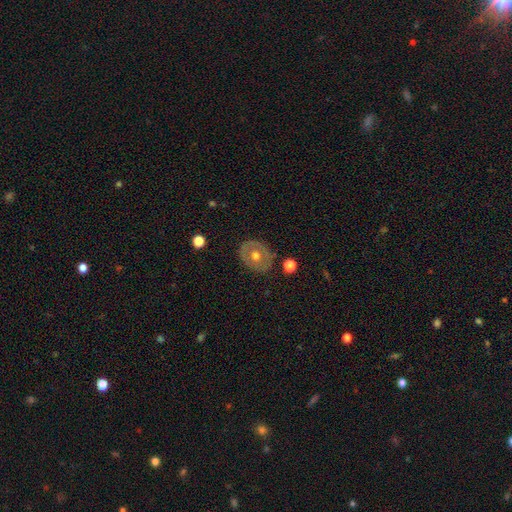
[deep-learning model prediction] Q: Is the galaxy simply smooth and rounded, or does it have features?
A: featured or disk — 48%.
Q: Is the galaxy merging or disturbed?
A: none — 83%.